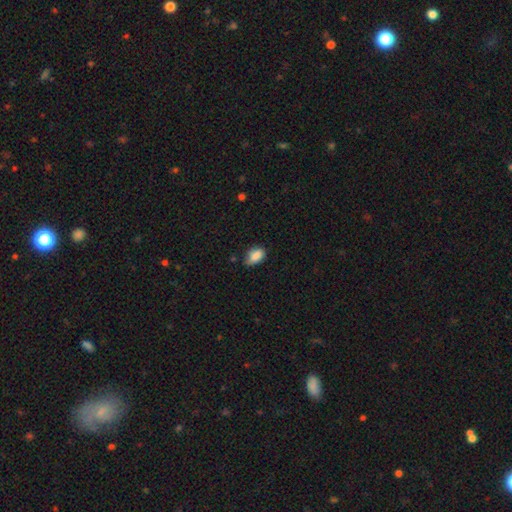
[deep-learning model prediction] A smooth galaxy with no disk features (86%) that is in between round and cigar-shaped (88%).

Vote fractions:
- Smooth or featured? smooth: 86% / star or artifact: 8% / featured or disk: 6%
- How rounded? in between: 88% / round: 10% / cigar-shaped: 2%
- Merging? none: 56% / minor disturbance: 36% / major disturbance: 5% / merger: 2%